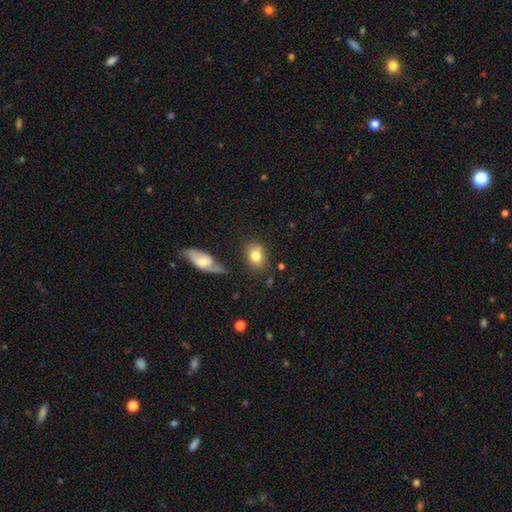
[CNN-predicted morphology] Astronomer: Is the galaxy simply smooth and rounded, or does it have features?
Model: smooth — 78%.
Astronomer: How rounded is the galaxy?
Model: in between — 63%.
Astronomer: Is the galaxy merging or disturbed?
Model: none — 69%.